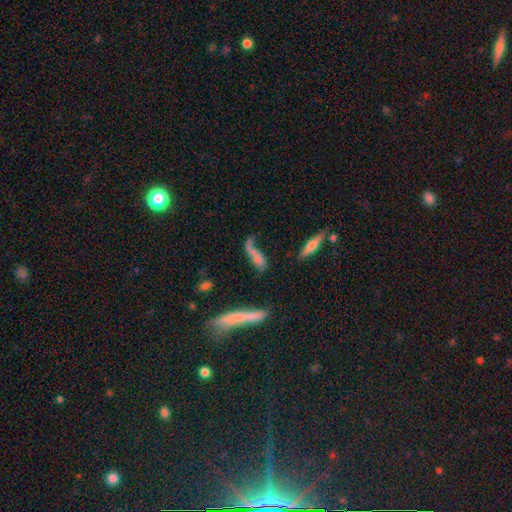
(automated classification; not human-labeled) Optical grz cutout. It shows a smooth galaxy with no disk features (50%). Merging: none (31%).